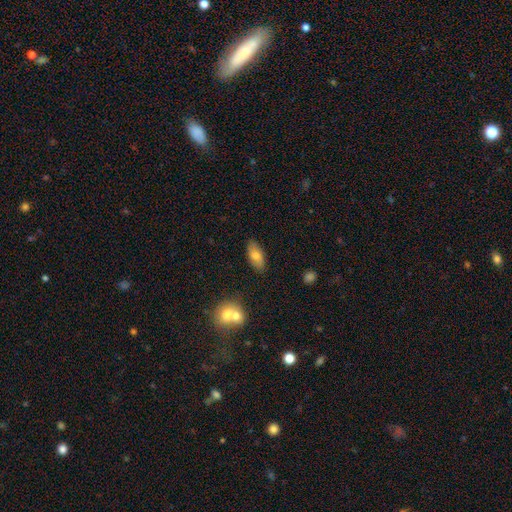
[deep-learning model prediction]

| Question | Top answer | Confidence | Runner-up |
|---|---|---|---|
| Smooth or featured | smooth | 74% | featured or disk (19%) |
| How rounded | in between | 88% | cigar-shaped (9%) |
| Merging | none | 85% | minor disturbance (10%) |